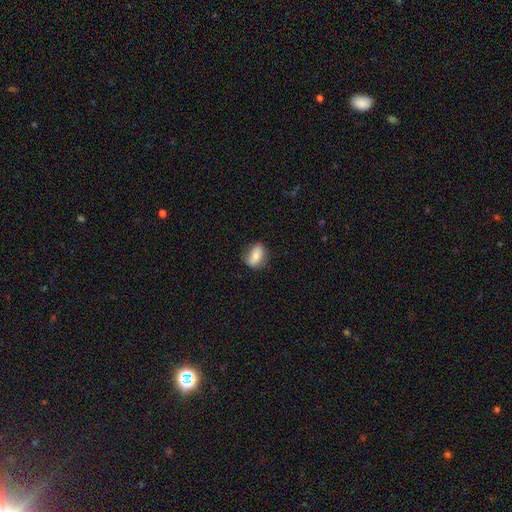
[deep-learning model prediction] Overall: smooth (71%). How rounded: in between (74%). Merging: none (71%).